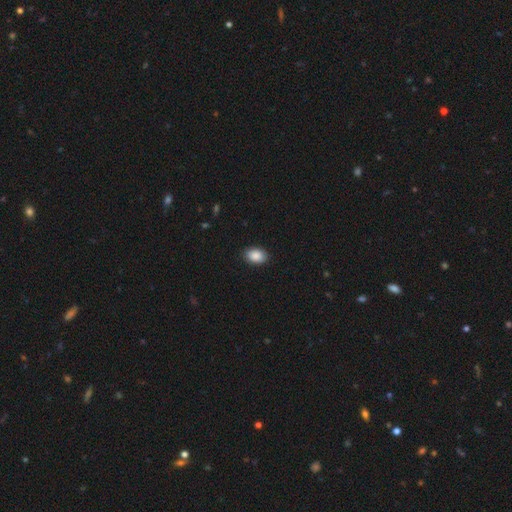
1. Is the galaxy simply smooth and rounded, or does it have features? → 90% smooth, 8% star or artifact, 3% featured or disk.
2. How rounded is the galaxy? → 77% in between, 23% round, 0% cigar-shaped.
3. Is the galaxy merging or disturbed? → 100% none, 0% minor disturbance, 0% major disturbance, 0% merger.